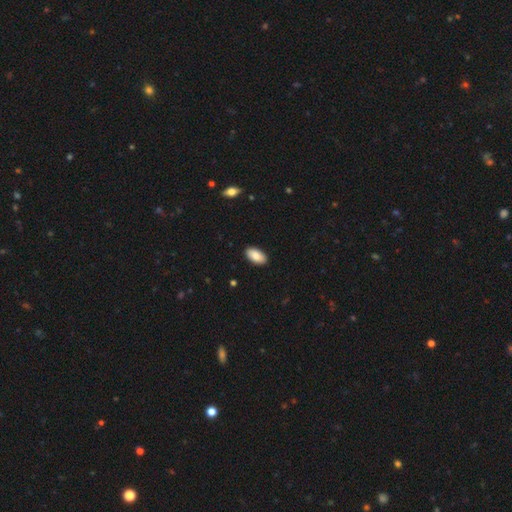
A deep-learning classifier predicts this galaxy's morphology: Smooth or featured? smooth (86%)
How rounded? in between (95%)
Merging? none (90%)